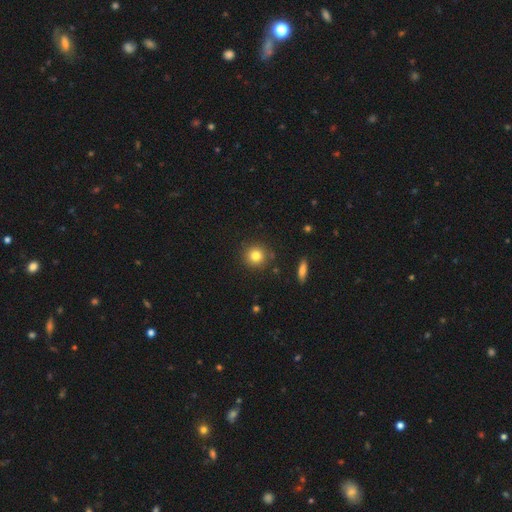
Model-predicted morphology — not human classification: Smooth or featured: smooth — 80% (star or artifact — 12%)
How rounded: round — 92% (in between — 7%)
Merging: none — 88% (minor disturbance — 8%)